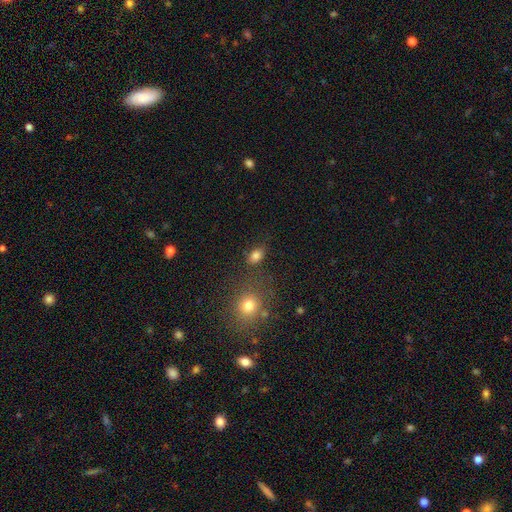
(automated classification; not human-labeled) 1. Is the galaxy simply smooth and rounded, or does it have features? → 81% smooth, 13% star or artifact, 6% featured or disk.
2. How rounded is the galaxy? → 76% in between, 23% round, 2% cigar-shaped.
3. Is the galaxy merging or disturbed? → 76% none, 14% minor disturbance, 6% merger, 5% major disturbance.